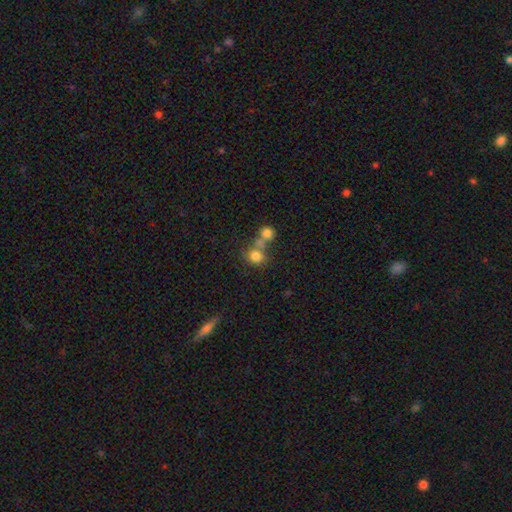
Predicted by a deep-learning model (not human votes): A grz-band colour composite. It shows a smooth galaxy with no disk features (78%) that is round (76%). Merging: merger (43%, tied with none).